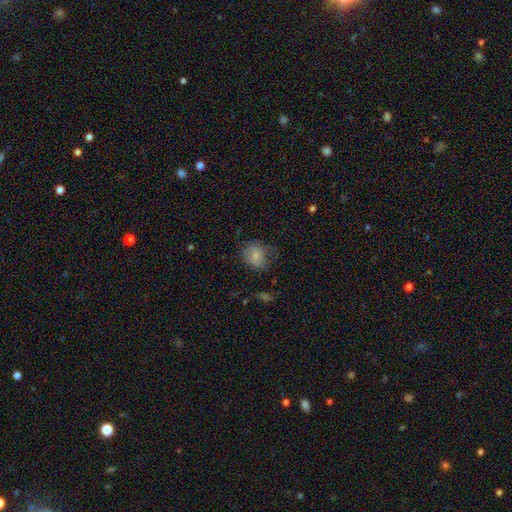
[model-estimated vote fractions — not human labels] smooth-or-featured: smooth: 76% | featured or disk: 14% | star or artifact: 10%
  how-rounded: round: 65% | in between: 35% | cigar-shaped: 1%
  merging: none: 56% | minor disturbance: 28% | major disturbance: 15% | merger: 2%